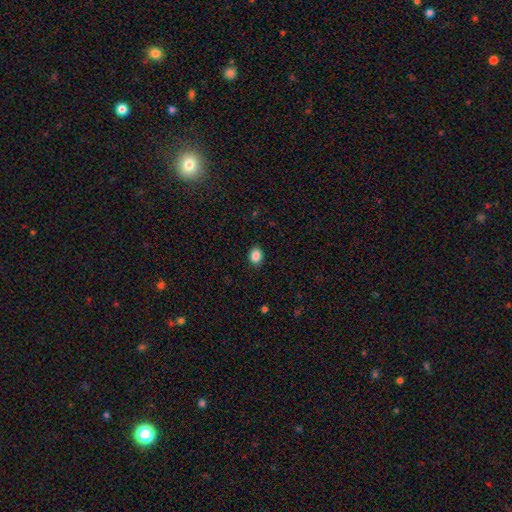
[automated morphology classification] Smooth or featured? smooth (88%)
How rounded? in between (57%)
Merging? none (89%)